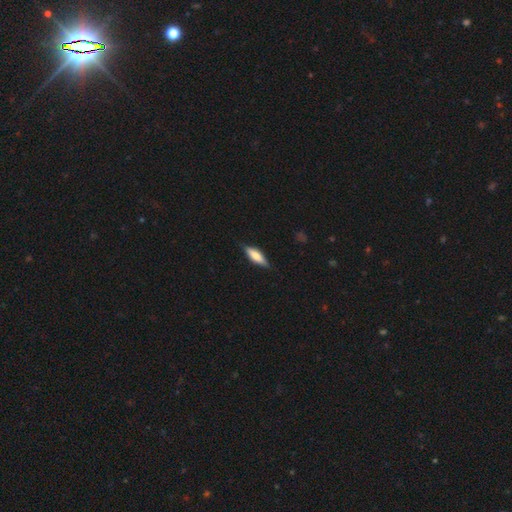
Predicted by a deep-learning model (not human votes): smooth 65%, featured or disk 30%, star or artifact 6%. Down the decision tree: how rounded — in between (49%, tied with cigar-shaped); merging — none (83%).